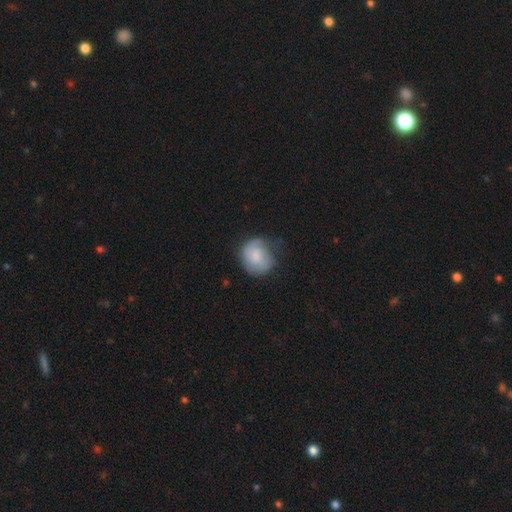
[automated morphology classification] Smooth or featured: smooth — 65% (featured or disk — 28%)
How rounded: round — 68% (in between — 31%)
Merging: none — 49% (minor disturbance — 34%)